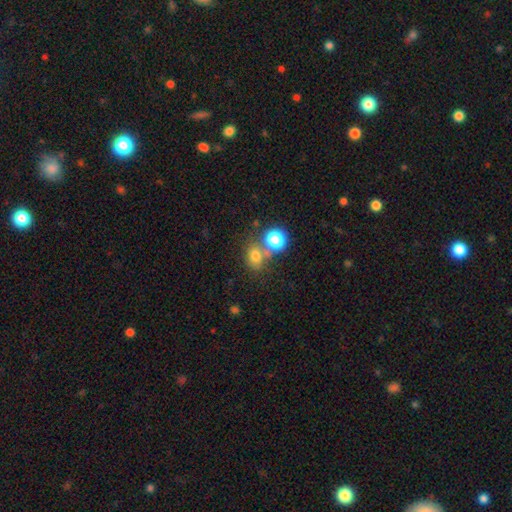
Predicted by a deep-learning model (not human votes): Overall: smooth (70%). How rounded: round (58%; in between 41%). Merging: none (56%; merger 28%).